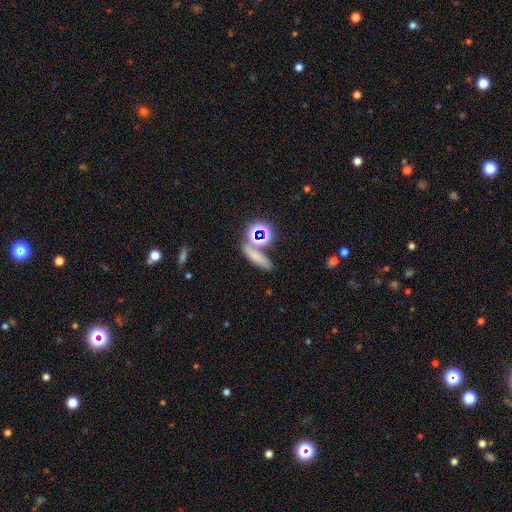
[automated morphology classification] Smooth or featured: smooth — 64% (star or artifact — 23%)
How rounded: cigar-shaped — 52% (in between — 30%)
Merging: none — 65% (merger — 18%)